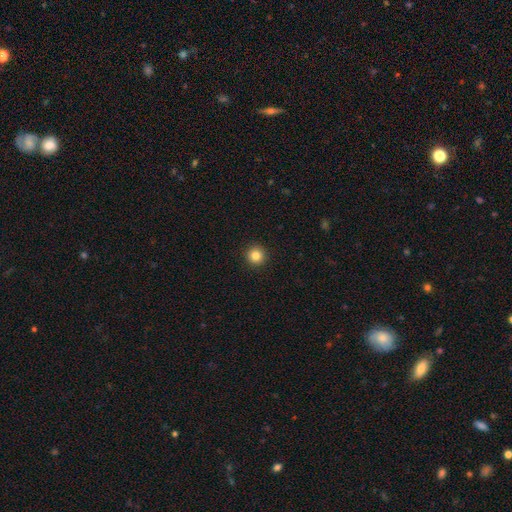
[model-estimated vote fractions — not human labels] The model was most divided on "smooth or featured": smooth: 84%, star or artifact: 11%, featured or disk: 5%. More confident: how rounded — round (95%); merging — none (93%).